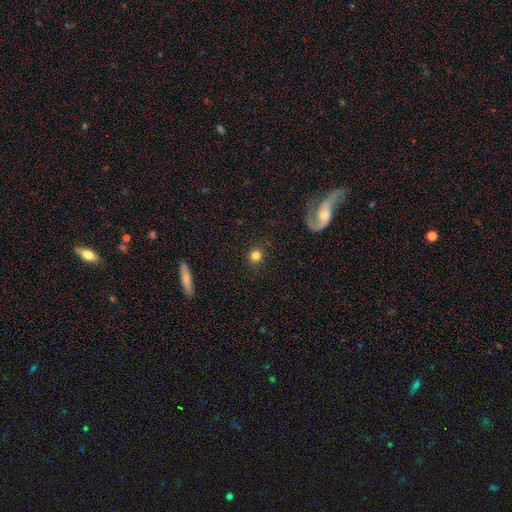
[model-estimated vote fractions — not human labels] Q: Smooth or featured?
A: smooth (80%); runner-up: star or artifact (11%)
Q: How rounded?
A: round (88%); runner-up: in between (11%)
Q: Merging?
A: none (89%); runner-up: minor disturbance (7%)